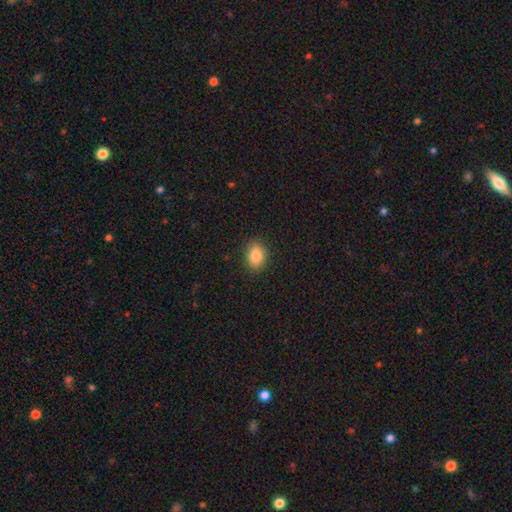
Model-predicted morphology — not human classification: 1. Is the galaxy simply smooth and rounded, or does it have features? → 85% smooth, 8% star or artifact, 6% featured or disk.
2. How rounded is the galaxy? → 75% in between, 23% round, 1% cigar-shaped.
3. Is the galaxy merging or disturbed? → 87% none, 10% minor disturbance, 2% major disturbance, 1% merger.